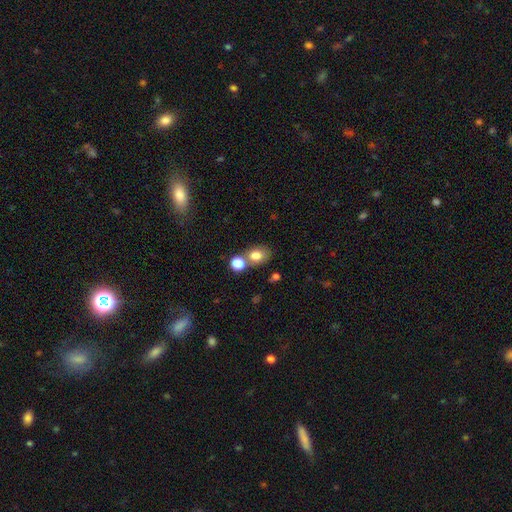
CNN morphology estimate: Smooth or featured? Predicted: smooth (p=0.78). How rounded? Predicted: in between (p=0.55). Merging? Predicted: none (p=0.53).